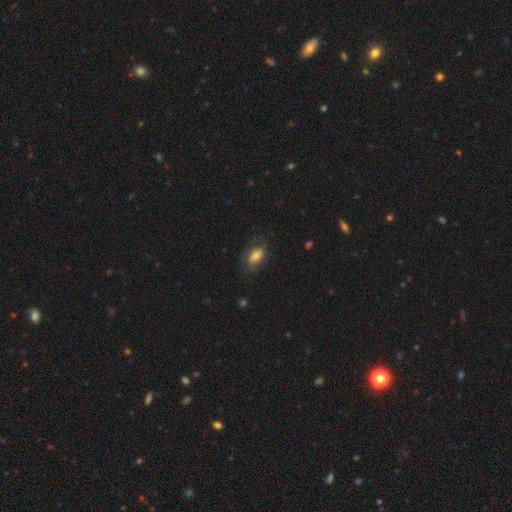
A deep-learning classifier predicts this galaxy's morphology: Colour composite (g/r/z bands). It shows a smooth galaxy with no disk features (65%) that is in between round and cigar-shaped (88%). Merging: none (63%).